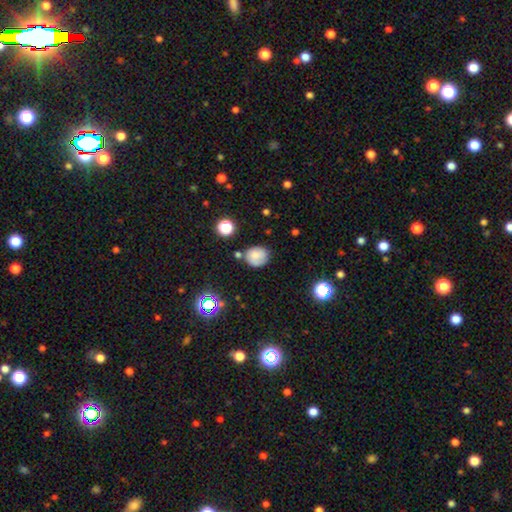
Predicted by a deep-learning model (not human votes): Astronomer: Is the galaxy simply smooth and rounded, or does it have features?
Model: smooth — 71%.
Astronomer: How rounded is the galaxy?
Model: round — 71%.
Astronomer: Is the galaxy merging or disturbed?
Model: none — 67%.